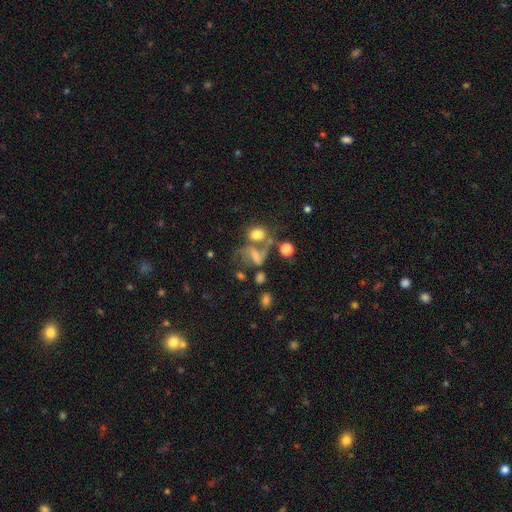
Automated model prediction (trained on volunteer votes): Overall: featured or disk (49%; smooth 32%). Merging: merger (34%; none 30%).